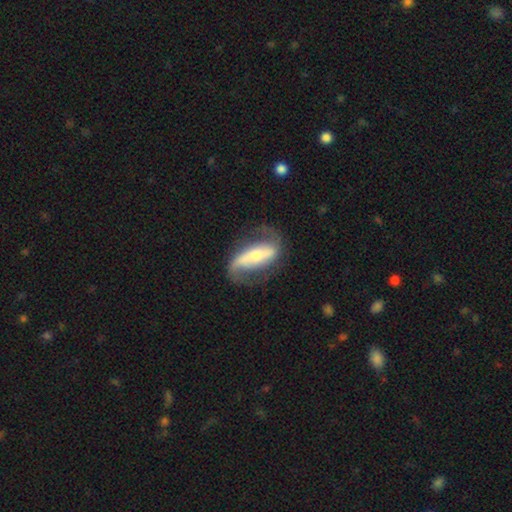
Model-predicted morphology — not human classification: Smooth or featured: featured or disk — 81% (smooth — 15%)
Edge-on disk: no — 89% (yes — 11%)
Bar: strong — 59% (weak — 22%)
Spiral arms: yes — 90% (no — 10%)
Spiral winding: loose — 57% (medium — 31%)
Spiral arm count: 2 — 84% (1 — 9%)
Bulge size: moderate — 49% (small — 40%)
Merging: none — 66% (minor disturbance — 18%)